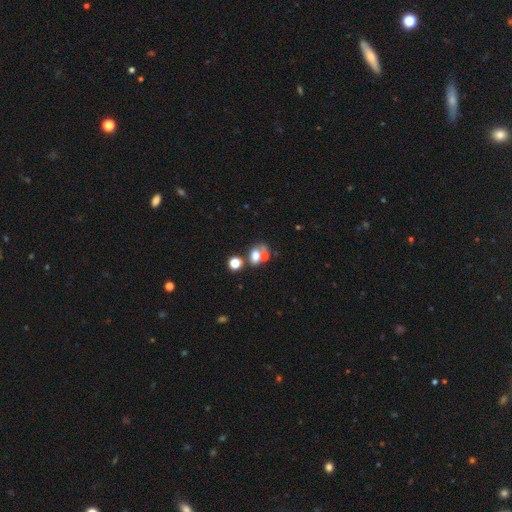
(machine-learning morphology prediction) A smooth galaxy with no disk features (60%) that is in between round and cigar-shaped (61%). Merging: merger (47%).